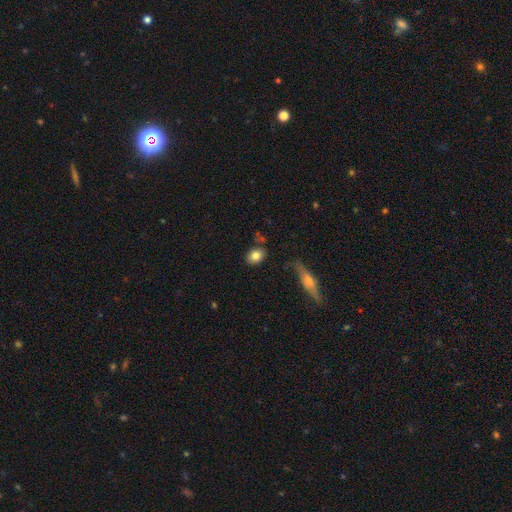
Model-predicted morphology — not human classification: Smooth or featured? Predicted: smooth (p=0.81). How rounded? Predicted: in between (p=0.62). Merging? Predicted: none (p=0.80).